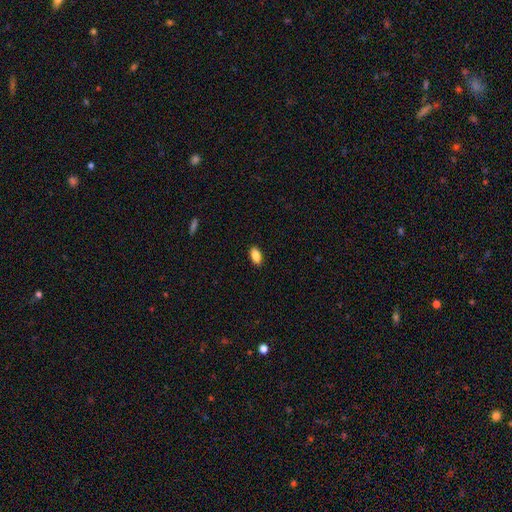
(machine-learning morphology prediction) type=smooth (88%); roundness=in between (91%); merging=none (89%).